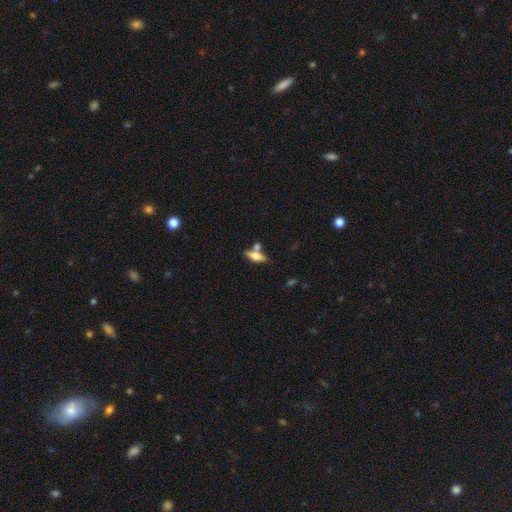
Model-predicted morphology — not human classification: Overall: smooth (53%; featured or disk 39%). How rounded: in between (62%; cigar-shaped 34%). Merging: none (57%; merger 25%).